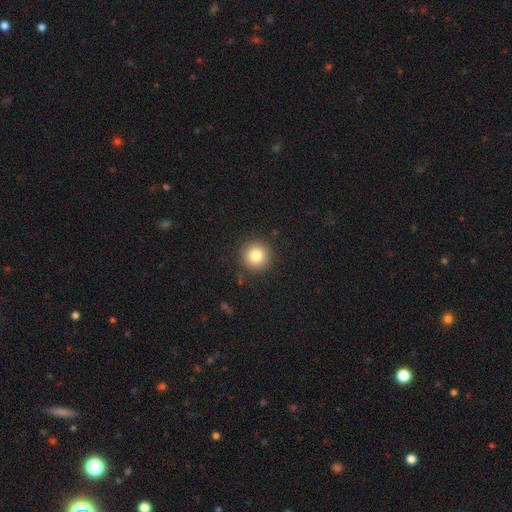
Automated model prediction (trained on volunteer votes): The model was most divided on "smooth or featured": smooth: 81%, star or artifact: 11%, featured or disk: 8%. More confident: how rounded — round (95%); merging — none (91%).